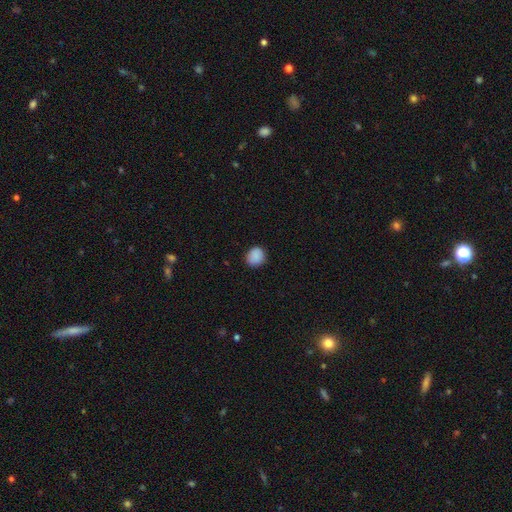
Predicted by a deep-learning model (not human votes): A smooth galaxy with no disk features (88%) that is round (85%).

Vote fractions:
- Smooth or featured? smooth: 88% / star or artifact: 8% / featured or disk: 3%
- How rounded? round: 85% / in between: 14% / cigar-shaped: 1%
- Merging? none: 87% / minor disturbance: 10% / major disturbance: 2% / merger: 1%